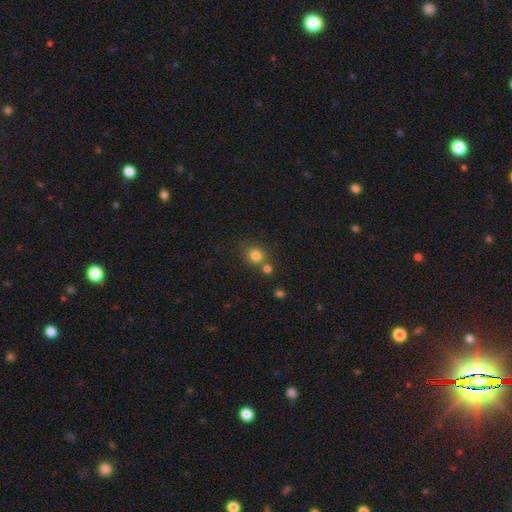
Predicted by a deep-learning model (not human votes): This appears to be a smooth galaxy with no disk features (81%) that is round (80%). Merging: none (64%).